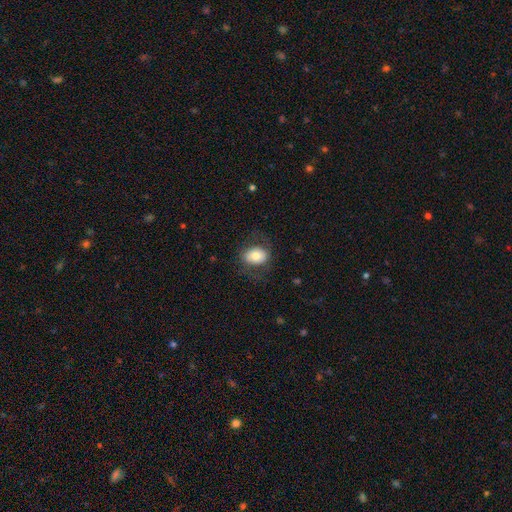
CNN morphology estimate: smooth 73%, featured or disk 20%, star or artifact 8%. Down the decision tree: how rounded — in between (71%); merging — none (74%).